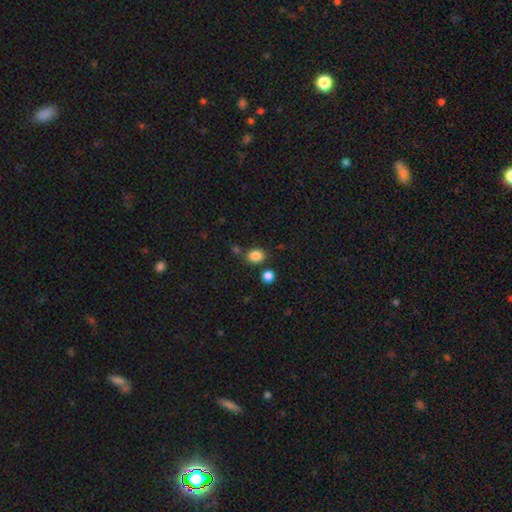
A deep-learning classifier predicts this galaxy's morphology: Smooth or featured: smooth — 84% (star or artifact — 11%)
How rounded: round — 55% (in between — 44%)
Merging: none — 74% (minor disturbance — 12%)